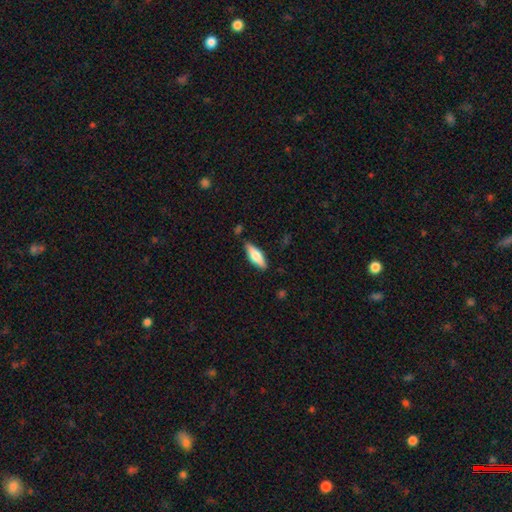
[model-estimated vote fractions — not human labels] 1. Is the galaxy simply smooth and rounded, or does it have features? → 63% smooth, 31% featured or disk, 6% star or artifact.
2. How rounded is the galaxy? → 57% in between, 41% cigar-shaped, 2% round.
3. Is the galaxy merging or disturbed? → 83% none, 13% minor disturbance, 3% major disturbance, 2% merger.